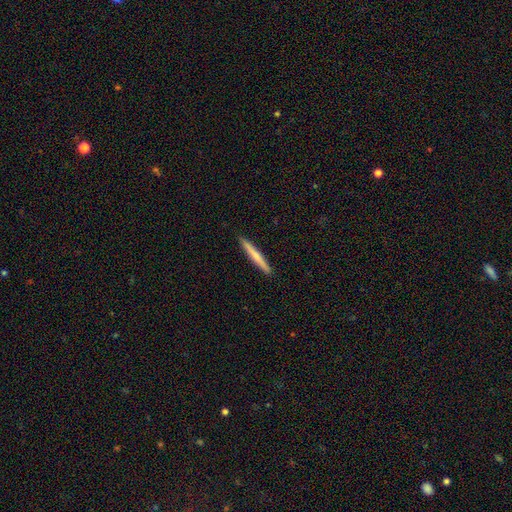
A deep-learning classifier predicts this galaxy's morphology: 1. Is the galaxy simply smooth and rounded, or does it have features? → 61% smooth, 34% featured or disk, 5% star or artifact.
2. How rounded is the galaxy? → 96% cigar-shaped, 3% in between, 1% round.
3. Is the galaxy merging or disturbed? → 92% none, 6% minor disturbance, 1% major disturbance, 1% merger.